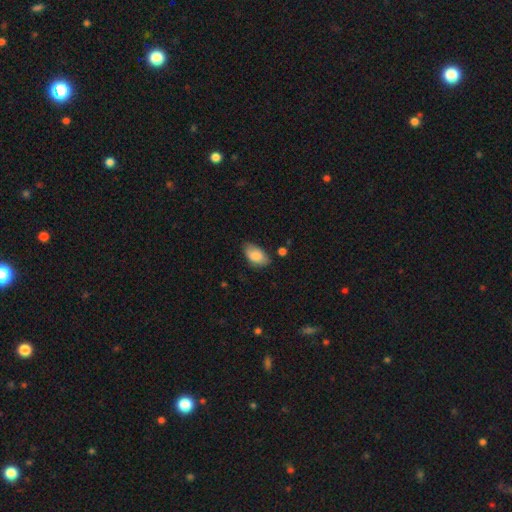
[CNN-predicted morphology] Smooth or featured? Predicted: smooth (p=0.86). How rounded? Predicted: in between (p=0.94). Merging? Predicted: none (p=0.68).